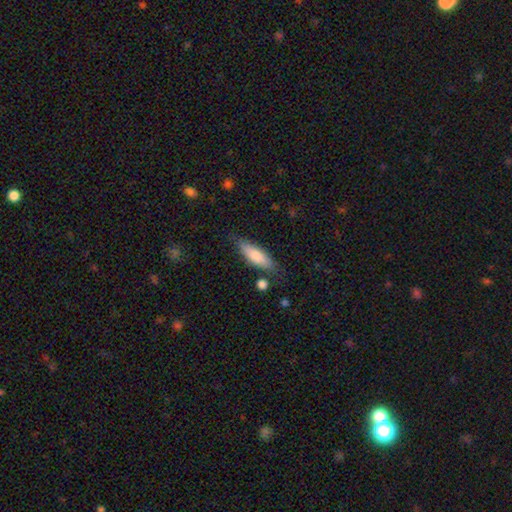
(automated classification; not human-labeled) smooth_or_featured: smooth (p=0.78) [alt: featured or disk p=0.16]
how_rounded: cigar-shaped (p=0.54) [alt: in between p=0.45]
merging: none (p=0.78) [alt: minor disturbance p=0.15]